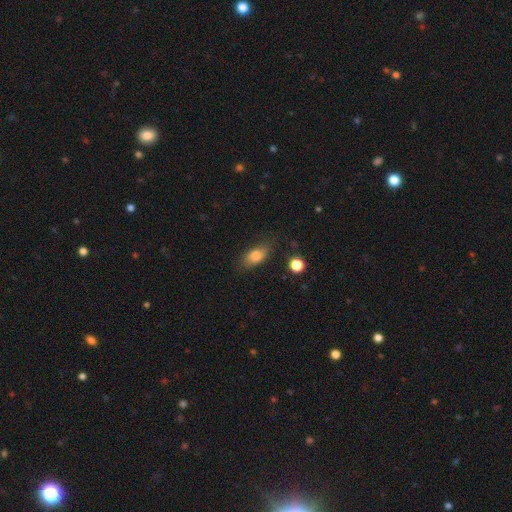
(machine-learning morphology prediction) type=smooth (77%); roundness=in between (82%); merging=none (76%).